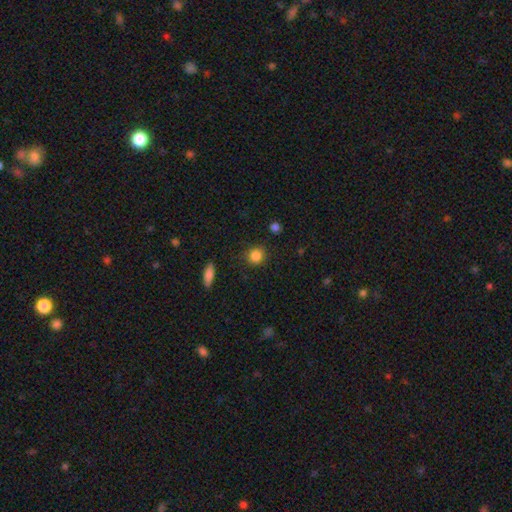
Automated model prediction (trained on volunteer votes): Overall: smooth (85%). How rounded: round (85%). Merging: none (85%).